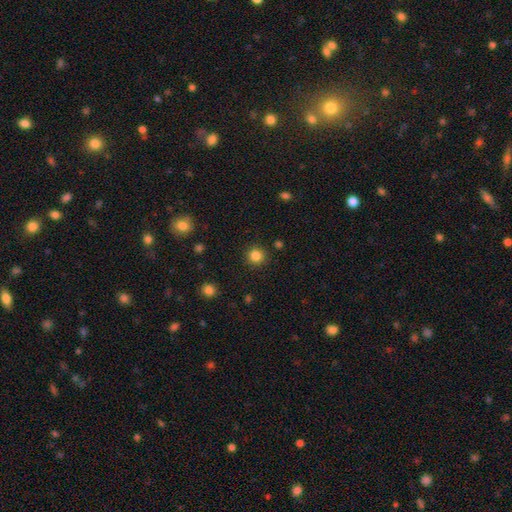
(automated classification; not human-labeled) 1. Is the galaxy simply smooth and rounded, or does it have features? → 84% smooth, 12% star or artifact, 4% featured or disk.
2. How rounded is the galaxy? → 94% round, 6% in between, 1% cigar-shaped.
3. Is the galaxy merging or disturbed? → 91% none, 6% minor disturbance, 2% major disturbance, 1% merger.